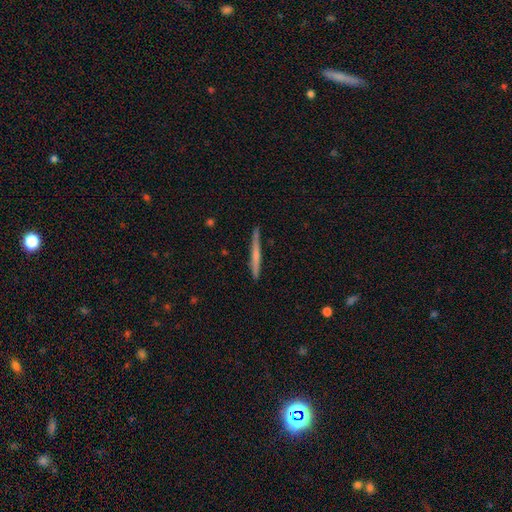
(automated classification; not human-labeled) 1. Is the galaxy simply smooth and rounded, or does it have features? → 48% featured or disk, 46% smooth, 6% star or artifact.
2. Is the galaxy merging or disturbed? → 88% none, 9% minor disturbance, 2% major disturbance, 1% merger.